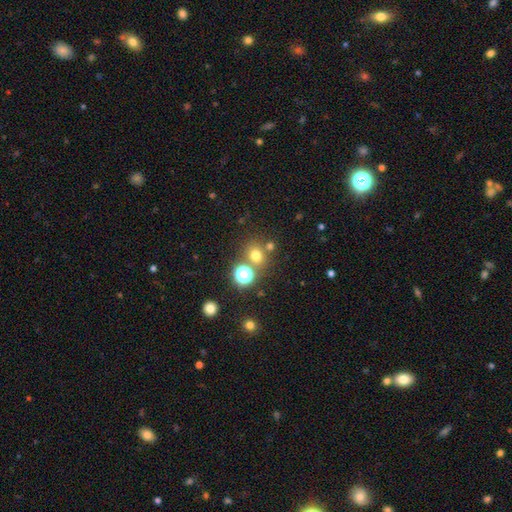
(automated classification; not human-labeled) Smooth or featured: smooth — 67% (star or artifact — 25%)
How rounded: round — 79% (in between — 20%)
Merging: none — 71% (merger — 16%)